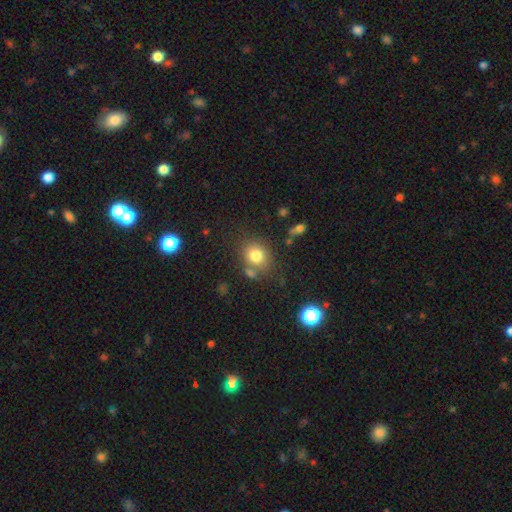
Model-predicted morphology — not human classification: Smooth or featured: smooth — 79% (star or artifact — 12%)
How rounded: round — 66% (in between — 33%)
Merging: none — 70% (minor disturbance — 13%)